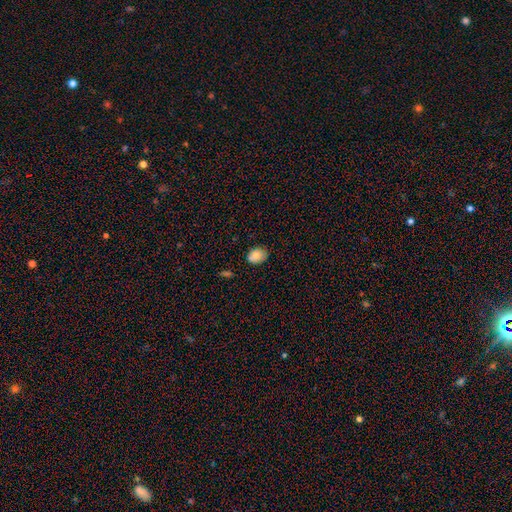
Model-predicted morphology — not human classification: This is clearly a smooth galaxy (84%). How rounded: likely in between (64%). Merging: likely none (75%).